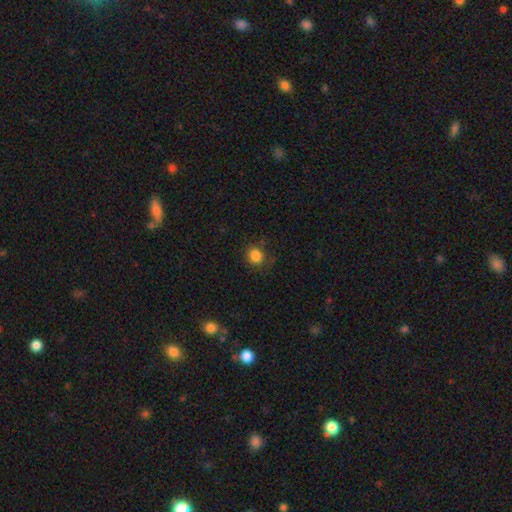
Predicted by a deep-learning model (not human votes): Smooth or featured? Predicted: smooth (p=0.84). How rounded? Predicted: round (p=0.72). Merging? Predicted: none (p=0.80).